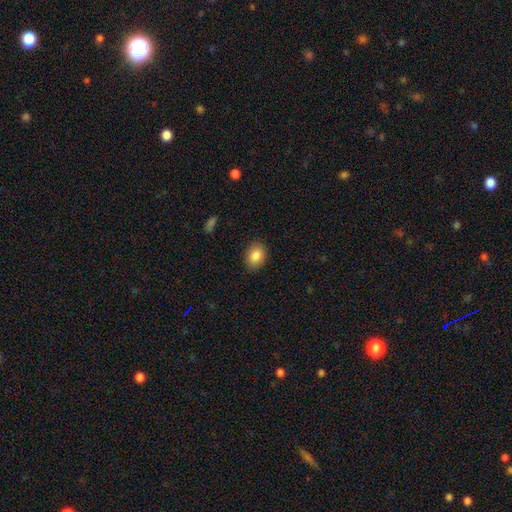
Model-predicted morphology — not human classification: smooth-or-featured: smooth: 86% | star or artifact: 8% | featured or disk: 6%
  how-rounded: in between: 73% | round: 26% | cigar-shaped: 1%
  merging: none: 88% | minor disturbance: 9% | major disturbance: 2% | merger: 1%